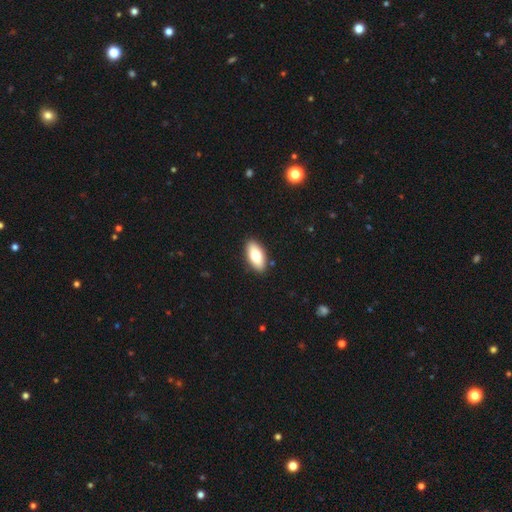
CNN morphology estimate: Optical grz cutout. It shows a smooth galaxy with no disk features (76%) that is in between round and cigar-shaped (89%). Merging: none (89%).